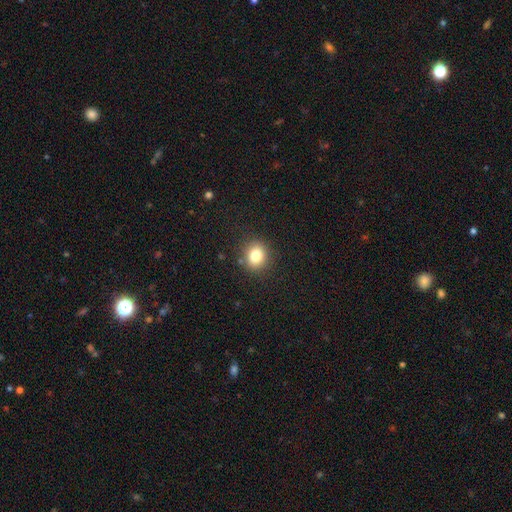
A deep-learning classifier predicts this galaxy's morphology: smooth 81%, star or artifact 12%, featured or disk 8%. Down the decision tree: how rounded — round (74%); merging — none (87%).